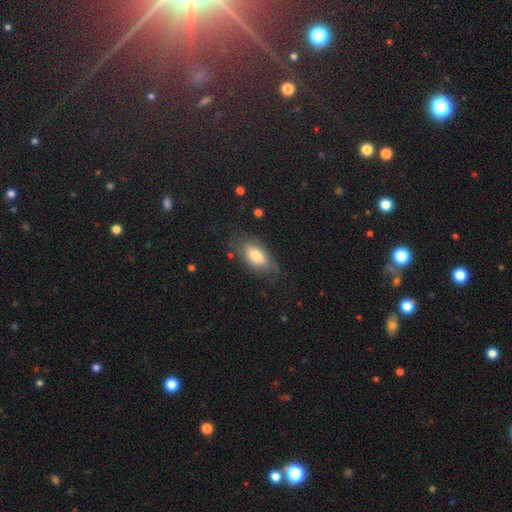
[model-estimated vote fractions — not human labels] Smooth or featured? smooth (72%)
How rounded? in between (91%)
Merging? none (65%)